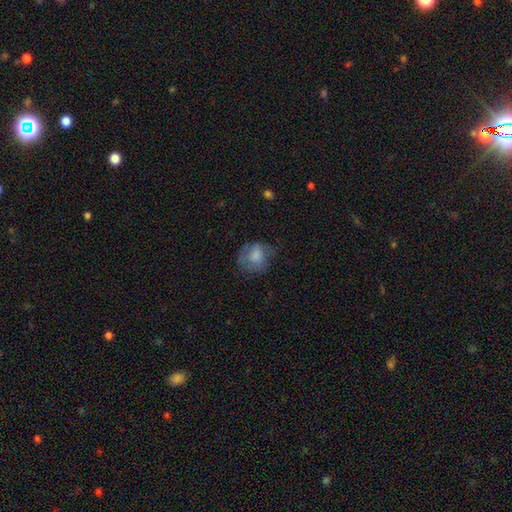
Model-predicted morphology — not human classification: A smooth galaxy with no disk features (70%) that is round (62%).

Vote fractions:
- Smooth or featured? smooth: 70% / featured or disk: 21% / star or artifact: 9%
- How rounded? round: 62% / in between: 37% / cigar-shaped: 1%
- Merging? none: 50% / minor disturbance: 28% / major disturbance: 21% / merger: 2%